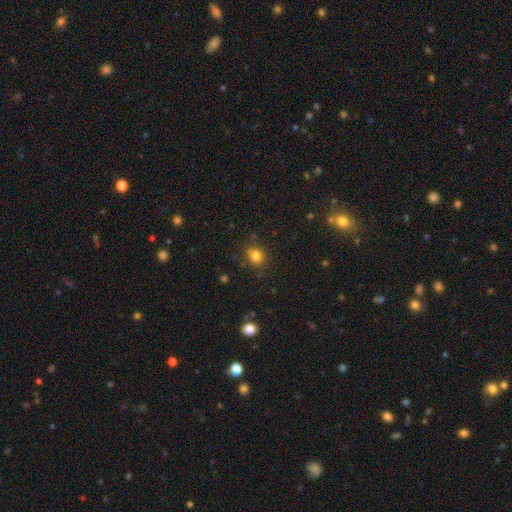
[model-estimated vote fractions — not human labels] smooth 81%, star or artifact 13%, featured or disk 6%. Down the decision tree: how rounded — round (66%); merging — none (80%).